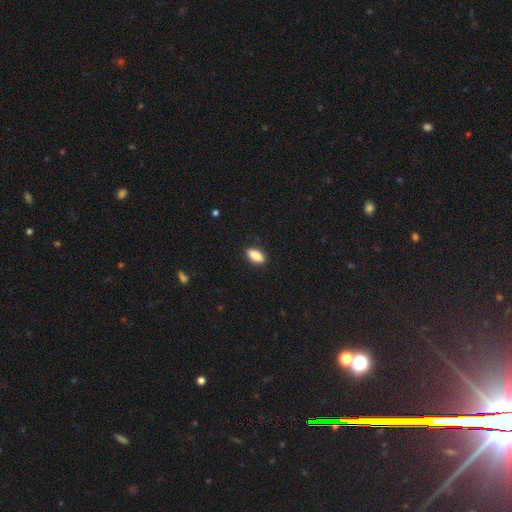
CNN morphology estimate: A smooth galaxy with no disk features (82%) that is in between round and cigar-shaped (83%).

Vote fractions:
- Smooth or featured? smooth: 82% / featured or disk: 11% / star or artifact: 7%
- How rounded? in between: 83% / cigar-shaped: 14% / round: 3%
- Merging? none: 89% / minor disturbance: 9% / major disturbance: 2% / merger: 1%